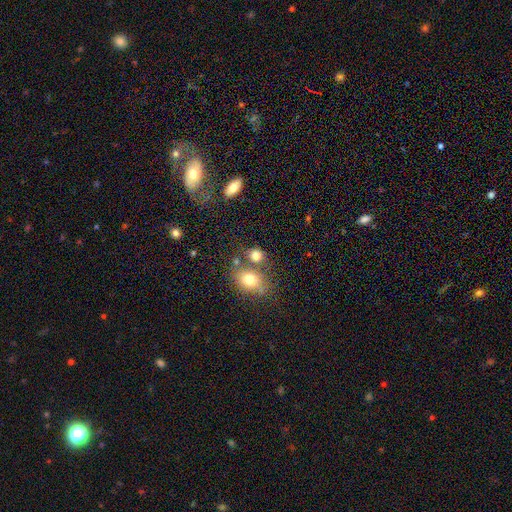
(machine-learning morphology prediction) A smooth galaxy with no disk features (75%) that is round (54%). Merging: none (55%).